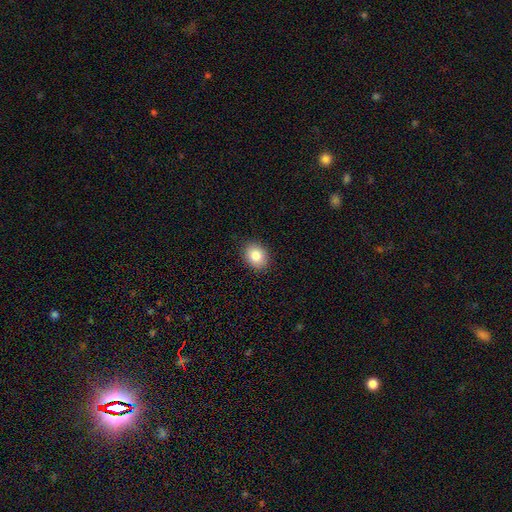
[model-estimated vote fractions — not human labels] smooth-or-featured: smooth: 83% | star or artifact: 9% | featured or disk: 8%
  how-rounded: in between: 53% | round: 46% | cigar-shaped: 1%
  merging: none: 89% | minor disturbance: 8% | major disturbance: 2% | merger: 1%